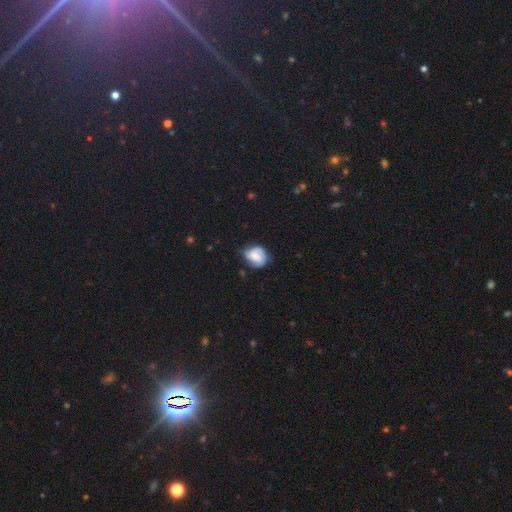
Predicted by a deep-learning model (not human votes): Smooth or featured?
  - smooth: 50% *
  - featured or disk: 43%
  - star or artifact: 8%
Merging?
  - none: 59% *
  - minor disturbance: 30%
  - major disturbance: 9%
  - merger: 2%